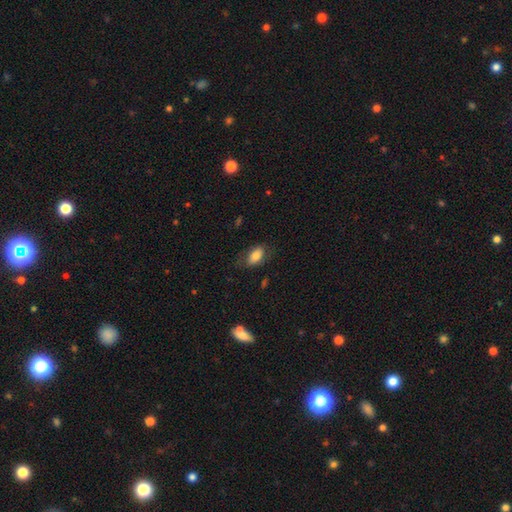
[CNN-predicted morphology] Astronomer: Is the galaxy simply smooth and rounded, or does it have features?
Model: smooth — 78%.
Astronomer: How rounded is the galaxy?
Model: in between — 91%.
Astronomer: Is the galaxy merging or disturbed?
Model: none — 70%.